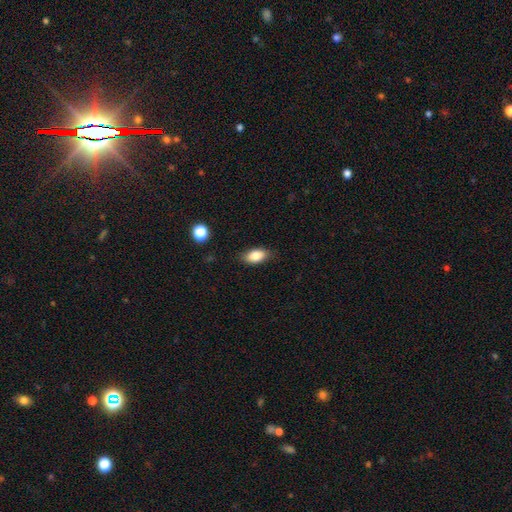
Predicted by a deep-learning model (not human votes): This appears to be a smooth galaxy with no disk features (83%) that is in between round and cigar-shaped (90%). Merging: none (82%).